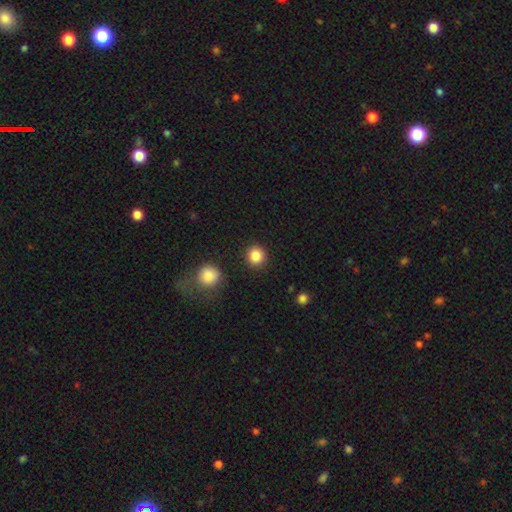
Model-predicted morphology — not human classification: Smooth or featured? Predicted: smooth (p=0.86). How rounded? Predicted: round (p=0.90). Merging? Predicted: none (p=0.90).